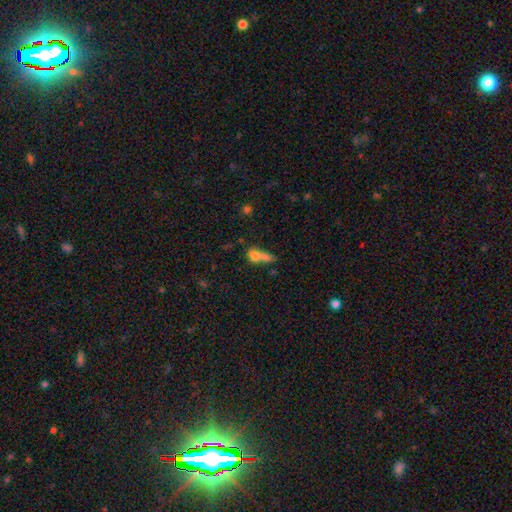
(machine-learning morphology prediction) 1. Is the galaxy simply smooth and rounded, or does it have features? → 68% smooth, 19% featured or disk, 13% star or artifact.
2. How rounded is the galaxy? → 63% in between, 23% round, 14% cigar-shaped.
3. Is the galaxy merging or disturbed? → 62% merger, 19% none, 10% minor disturbance, 9% major disturbance.